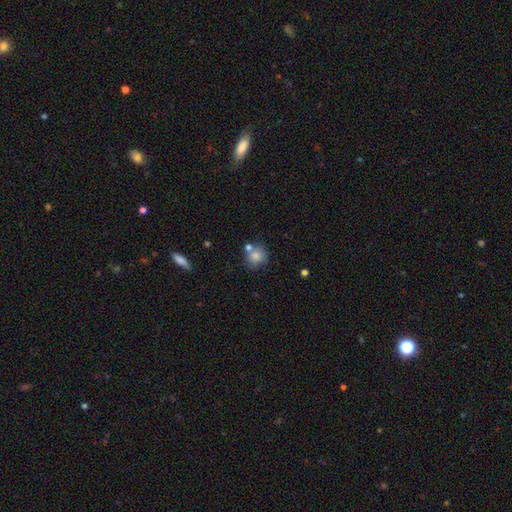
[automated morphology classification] Smooth or featured? smooth (81%)
How rounded? round (84%)
Merging? none (63%)